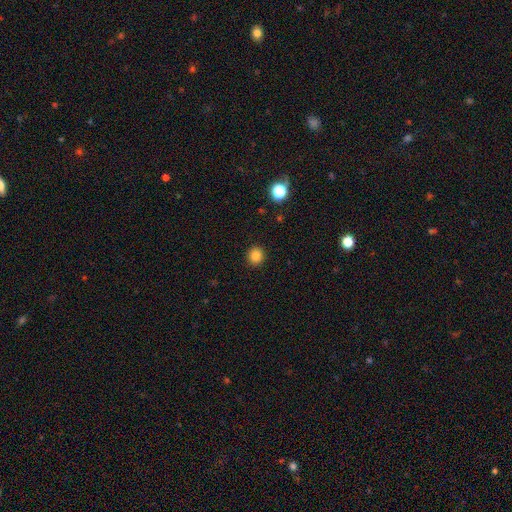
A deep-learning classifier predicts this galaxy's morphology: The model was most divided on "smooth or featured": smooth: 84%, star or artifact: 12%, featured or disk: 4%. More confident: merging — none (92%); how rounded — round (90%).